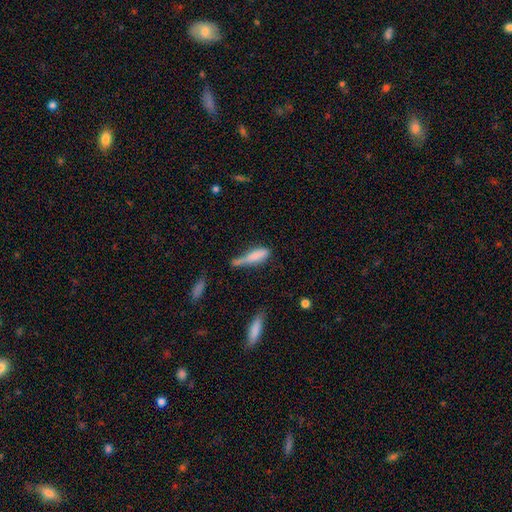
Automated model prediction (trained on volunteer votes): A smooth galaxy with no disk features (72%) that is cigar-shaped (58%).

Vote fractions:
- Smooth or featured? smooth: 72% / featured or disk: 21% / star or artifact: 8%
- How rounded? cigar-shaped: 58% / in between: 40% / round: 3%
- Merging? minor disturbance: 32% / none: 27% / major disturbance: 23% / merger: 18%